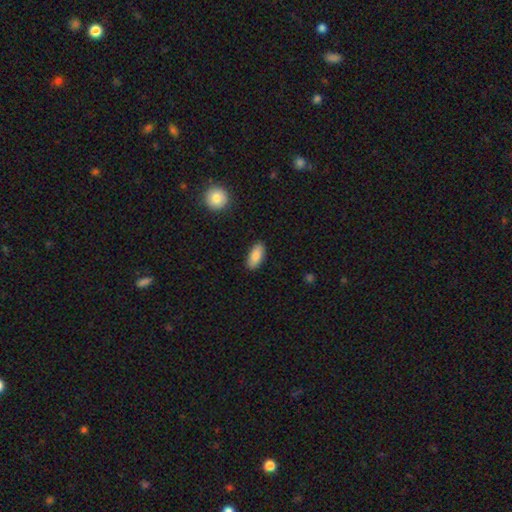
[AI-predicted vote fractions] smooth-or-featured: smooth: 85% | featured or disk: 8% | star or artifact: 6%
  how-rounded: in between: 85% | cigar-shaped: 13% | round: 2%
  merging: none: 88% | minor disturbance: 9% | major disturbance: 2% | merger: 1%